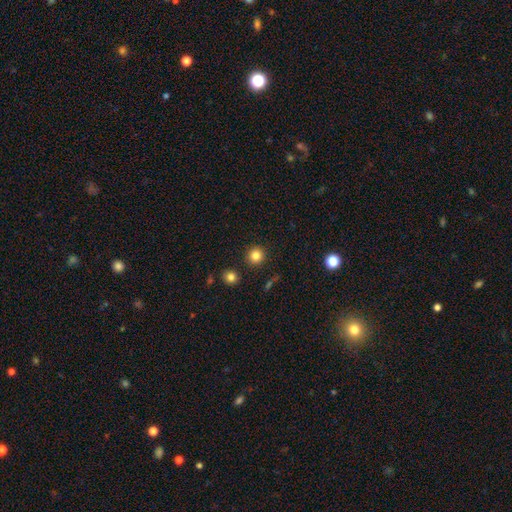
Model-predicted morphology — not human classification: Q: Smooth or featured?
A: smooth (83%); runner-up: star or artifact (11%)
Q: How rounded?
A: round (93%); runner-up: in between (6%)
Q: Merging?
A: none (90%); runner-up: minor disturbance (5%)